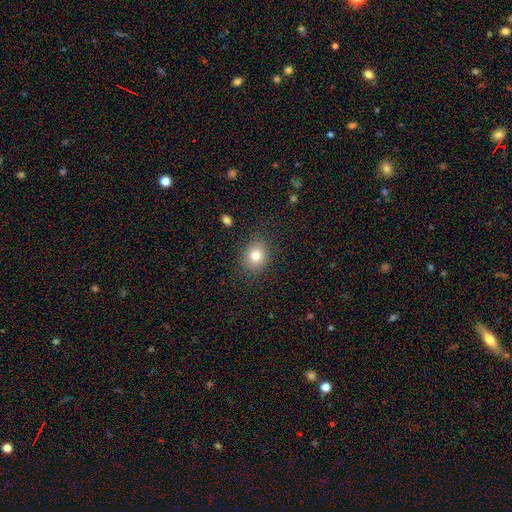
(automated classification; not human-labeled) Smooth or featured: smooth — 78% (star or artifact — 12%)
How rounded: round — 66% (in between — 33%)
Merging: none — 87% (minor disturbance — 9%)